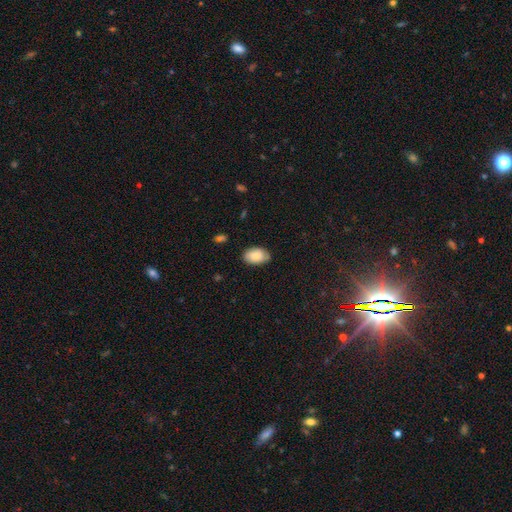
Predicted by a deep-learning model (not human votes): The model was most divided on "merging": none: 79%, minor disturbance: 17%, major disturbance: 3%, merger: 1%. More confident: how rounded — in between (91%); smooth or featured — smooth (84%).